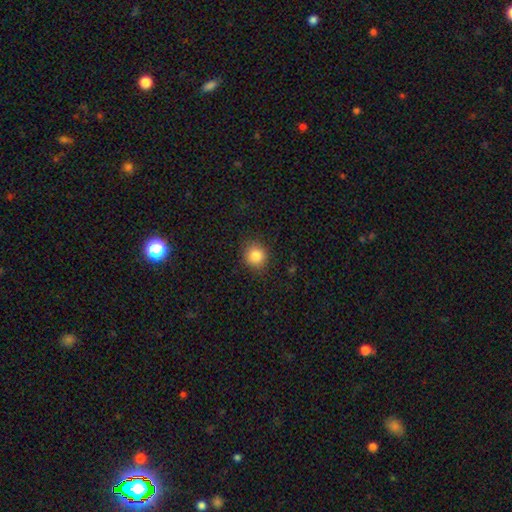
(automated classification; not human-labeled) smooth-or-featured: smooth: 84% | star or artifact: 11% | featured or disk: 5%
  how-rounded: round: 86% | in between: 13% | cigar-shaped: 1%
  merging: none: 88% | minor disturbance: 9% | major disturbance: 2% | merger: 1%